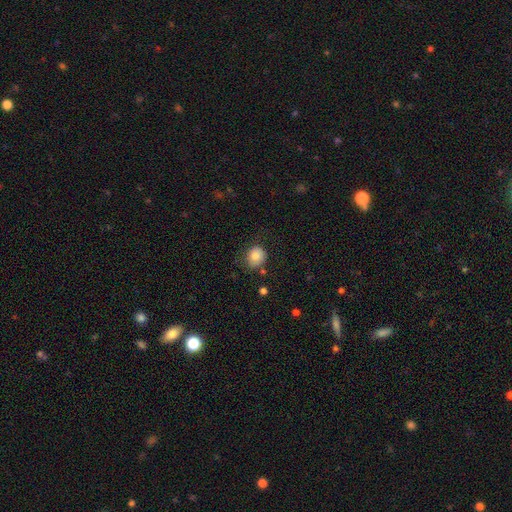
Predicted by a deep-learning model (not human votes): A smooth galaxy with no disk features (83%) that is round (73%). Merging: none (70%).